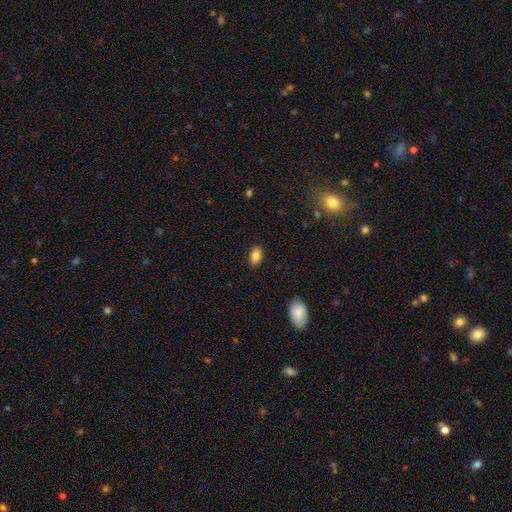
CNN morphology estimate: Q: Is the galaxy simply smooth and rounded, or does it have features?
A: smooth — 85%.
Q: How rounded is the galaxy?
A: in between — 86%.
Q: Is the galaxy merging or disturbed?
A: none — 87%.